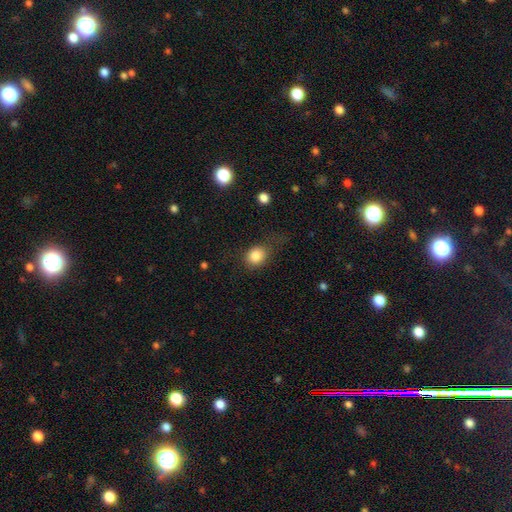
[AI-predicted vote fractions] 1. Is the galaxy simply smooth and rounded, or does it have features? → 84% smooth, 9% star or artifact, 6% featured or disk.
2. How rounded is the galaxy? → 58% round, 40% in between, 1% cigar-shaped.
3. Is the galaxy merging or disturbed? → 58% none, 24% minor disturbance, 15% major disturbance, 3% merger.